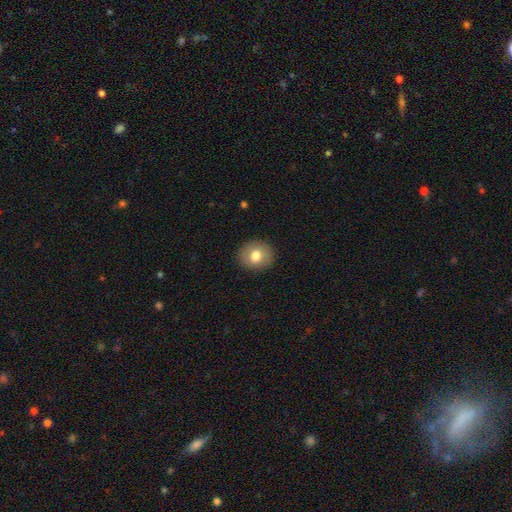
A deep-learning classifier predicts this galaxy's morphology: type=smooth (77%); roundness=round (74%); merging=none (90%).